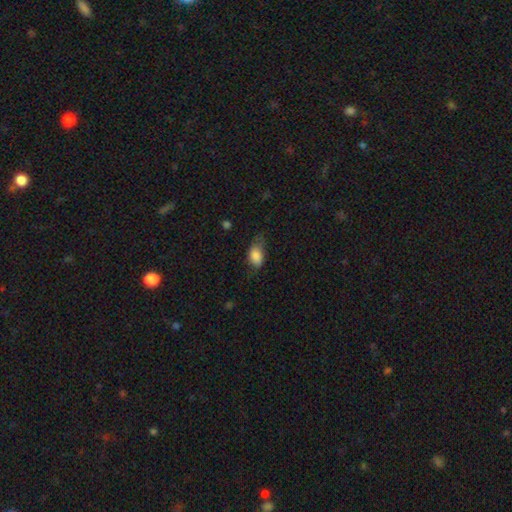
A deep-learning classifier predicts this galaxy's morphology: Smooth or featured? Predicted: smooth (p=0.83). How rounded? Predicted: in between (p=0.89). Merging? Predicted: none (p=0.44).